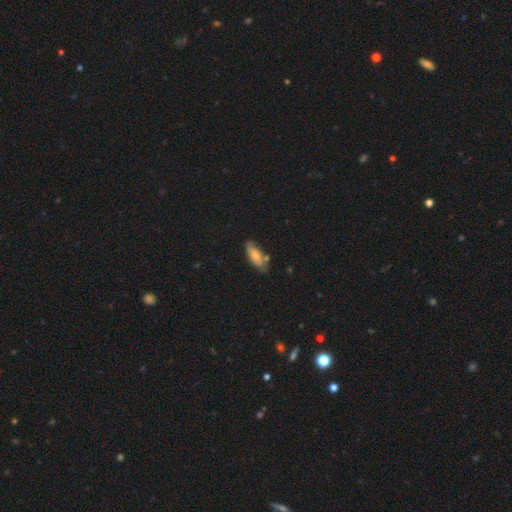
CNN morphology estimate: This is likely a smooth galaxy (61%). How rounded: likely in between (80%). Merging: possibly none (58%).